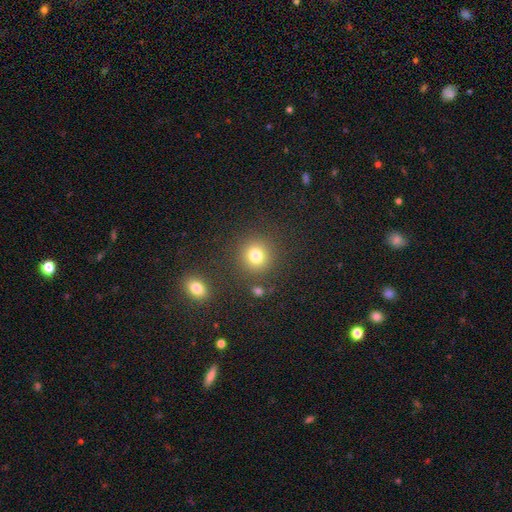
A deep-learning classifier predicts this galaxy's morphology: Overall: smooth (79%). How rounded: round (91%). Merging: none (84%).